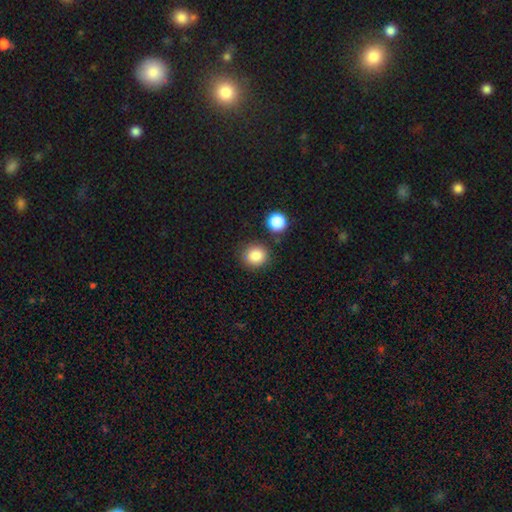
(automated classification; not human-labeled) smooth_or_featured: smooth (p=0.85) [alt: star or artifact p=0.10]
how_rounded: round (p=0.84) [alt: in between p=0.15]
merging: none (p=0.81) [alt: minor disturbance p=0.09]